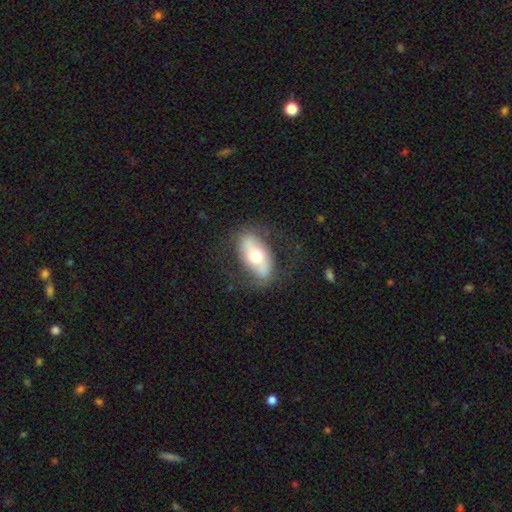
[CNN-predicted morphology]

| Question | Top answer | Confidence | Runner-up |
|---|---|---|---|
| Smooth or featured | smooth | 50% | featured or disk (44%) |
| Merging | none | 75% | minor disturbance (15%) |